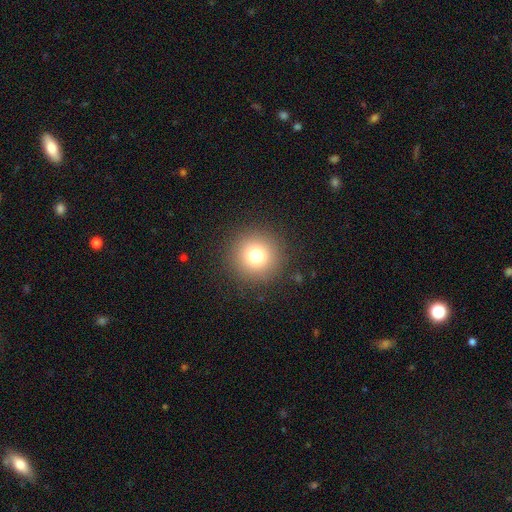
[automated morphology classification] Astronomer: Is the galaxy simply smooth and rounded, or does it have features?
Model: smooth — 76%.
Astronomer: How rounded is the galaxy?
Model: round — 96%.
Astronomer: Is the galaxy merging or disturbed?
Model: none — 91%.